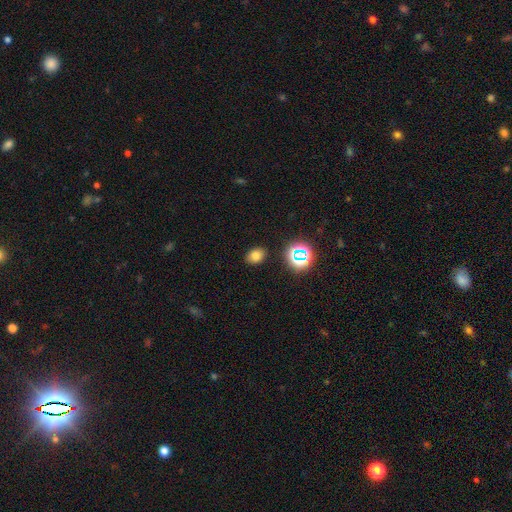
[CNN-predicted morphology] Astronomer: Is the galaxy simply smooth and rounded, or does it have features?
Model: smooth — 74%.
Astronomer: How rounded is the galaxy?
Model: in between — 69%.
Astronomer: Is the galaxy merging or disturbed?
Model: none — 86%.